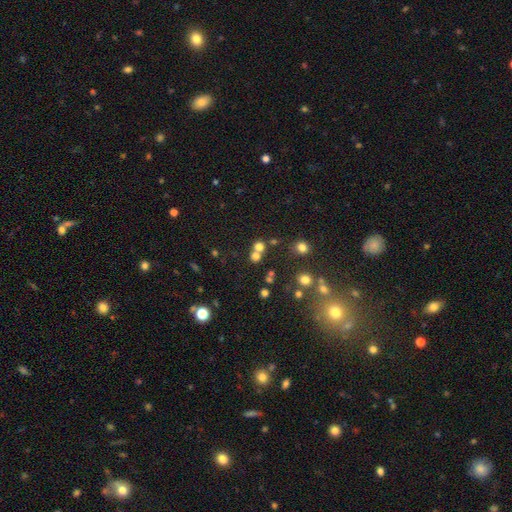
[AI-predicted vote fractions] smooth-or-featured: smooth: 66% | star or artifact: 24% | featured or disk: 10%
  how-rounded: round: 87% | in between: 12% | cigar-shaped: 1%
  merging: none: 54% | merger: 36% | minor disturbance: 6% | major disturbance: 3%